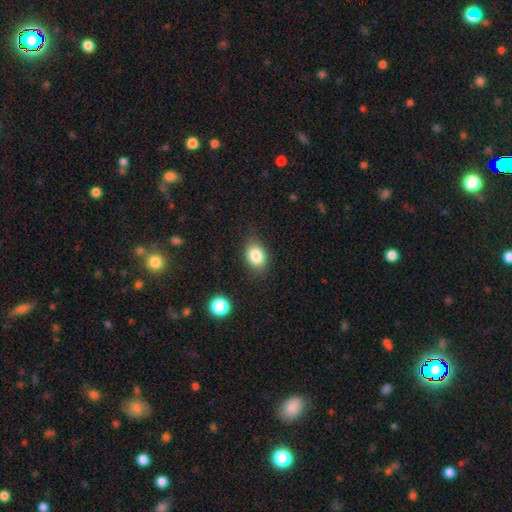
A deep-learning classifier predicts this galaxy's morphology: A smooth galaxy with no disk features (83%) that is in between round and cigar-shaped (69%). Merging: none (77%).